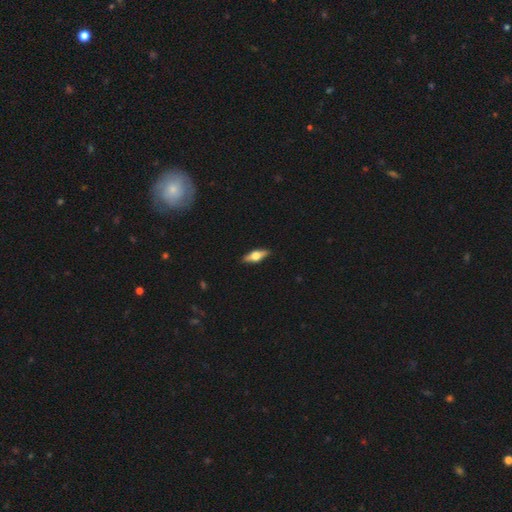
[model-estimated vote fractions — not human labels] Smooth or featured? Predicted: featured or disk (p=0.58). Edge-on disk? Predicted: yes (p=0.92). Edge-on bulge? Predicted: rounded (p=0.94). Merging? Predicted: none (p=0.89).